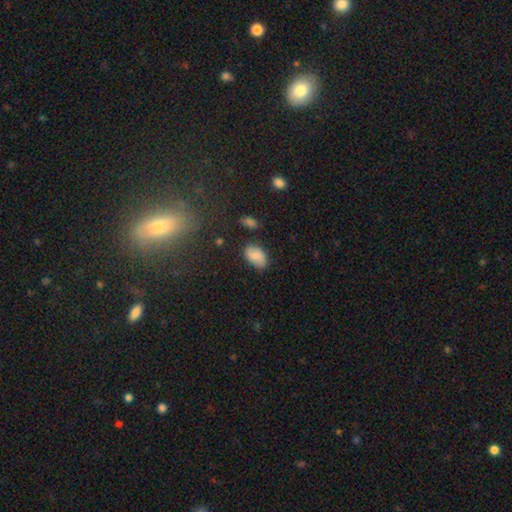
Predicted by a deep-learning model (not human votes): A smooth galaxy with no disk features (81%) that is in between round and cigar-shaped (90%).

Vote fractions:
- Smooth or featured? smooth: 81% / featured or disk: 10% / star or artifact: 8%
- How rounded? in between: 90% / round: 9% / cigar-shaped: 1%
- Merging? none: 75% / minor disturbance: 18% / major disturbance: 4% / merger: 3%